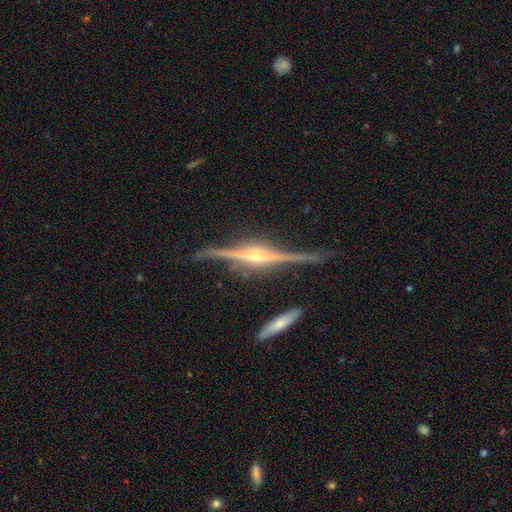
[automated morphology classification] smooth_or_featured: featured or disk (p=0.90) [alt: star or artifact p=0.05]
disk_edge_on: yes (p=0.98) [alt: no p=0.02]
edge_on_bulge: rounded (p=0.87) [alt: boxy p=0.09]
merging: none (p=0.80) [alt: minor disturbance p=0.14]